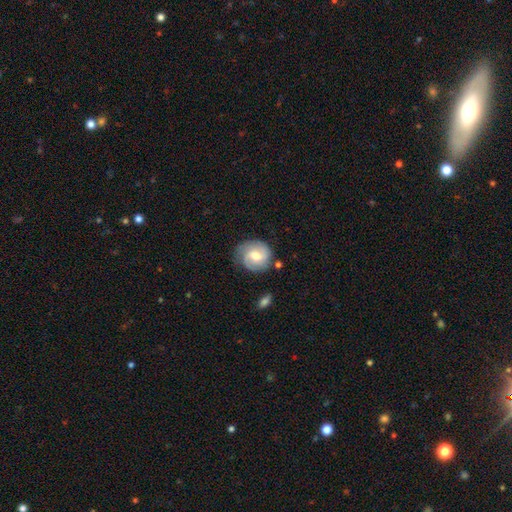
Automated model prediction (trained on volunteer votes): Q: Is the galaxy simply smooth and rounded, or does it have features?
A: featured or disk — 59%.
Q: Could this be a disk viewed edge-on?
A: no — 97%.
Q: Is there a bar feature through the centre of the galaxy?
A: weak — 48%.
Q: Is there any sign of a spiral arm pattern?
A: yes — 90%.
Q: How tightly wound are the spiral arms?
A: medium — 41%.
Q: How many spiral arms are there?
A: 2 — 58%.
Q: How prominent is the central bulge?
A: moderate — 65%.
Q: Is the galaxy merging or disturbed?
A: none — 73%.